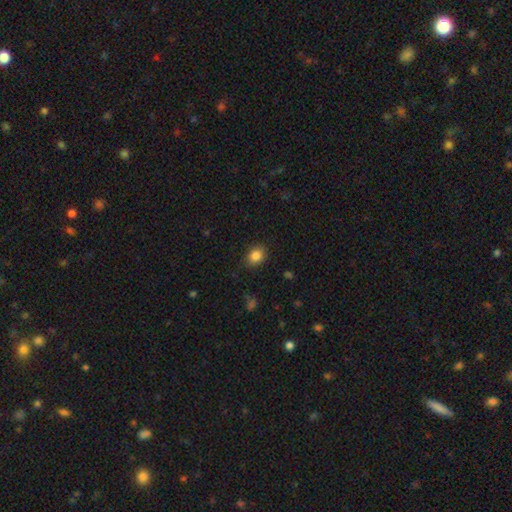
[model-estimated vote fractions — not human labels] Q: Smooth or featured?
A: smooth (85%); runner-up: star or artifact (10%)
Q: How rounded?
A: in between (53%); runner-up: round (46%)
Q: Merging?
A: none (83%); runner-up: minor disturbance (12%)